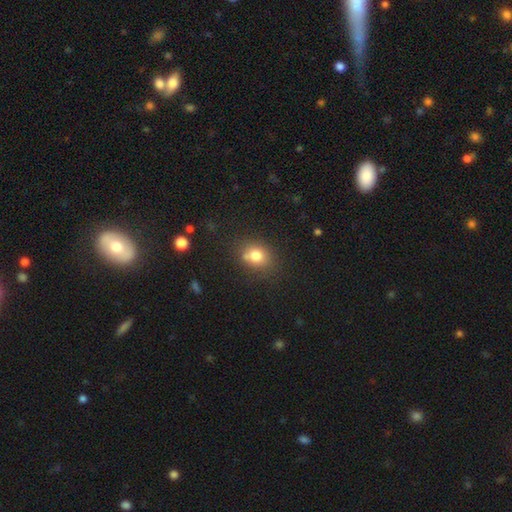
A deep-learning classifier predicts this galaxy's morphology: Q: Smooth or featured?
A: smooth (78%); runner-up: star or artifact (12%)
Q: How rounded?
A: round (59%); runner-up: in between (40%)
Q: Merging?
A: none (66%); runner-up: minor disturbance (17%)